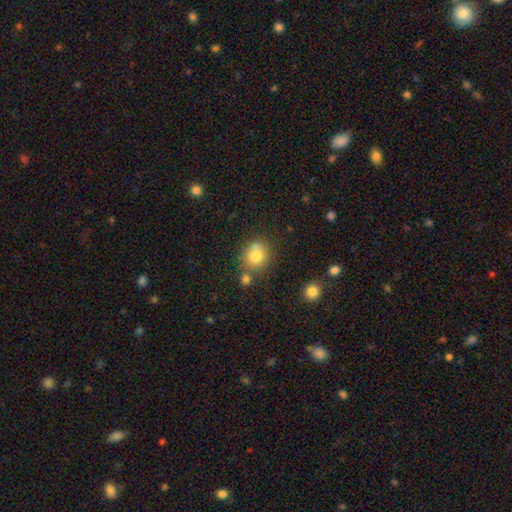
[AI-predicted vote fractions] smooth 78%, star or artifact 11%, featured or disk 11%. Down the decision tree: how rounded — round (81%); merging — none (64%).